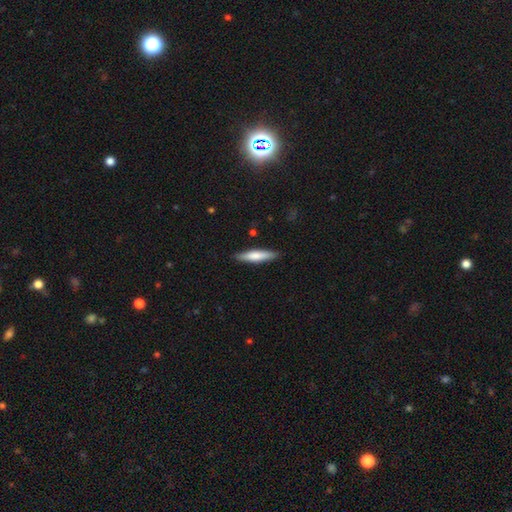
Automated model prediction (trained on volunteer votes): smooth_or_featured: smooth (p=0.68) [alt: featured or disk p=0.27]
how_rounded: cigar-shaped (p=0.83) [alt: in between p=0.15]
merging: none (p=0.88) [alt: minor disturbance p=0.09]